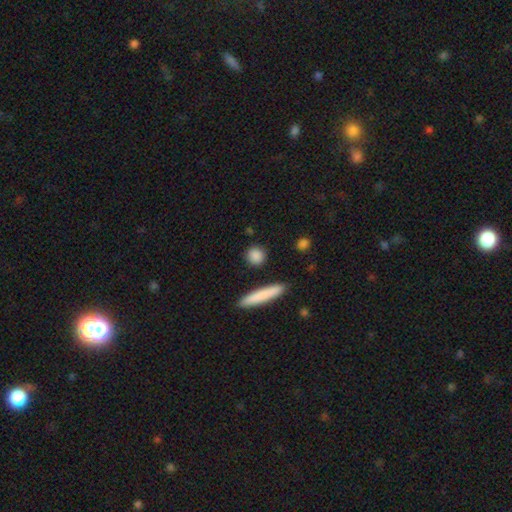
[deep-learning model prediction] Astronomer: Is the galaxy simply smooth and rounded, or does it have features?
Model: smooth — 87%.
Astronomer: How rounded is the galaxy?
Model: round — 69%.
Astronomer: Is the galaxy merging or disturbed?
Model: none — 88%.